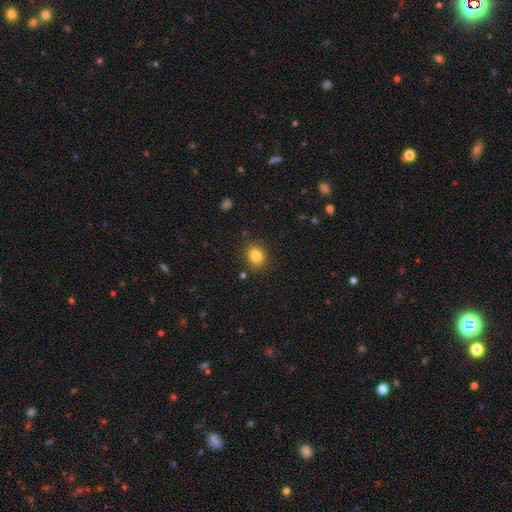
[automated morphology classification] A smooth galaxy with no disk features (83%) that is round (68%). Merging: none (84%).